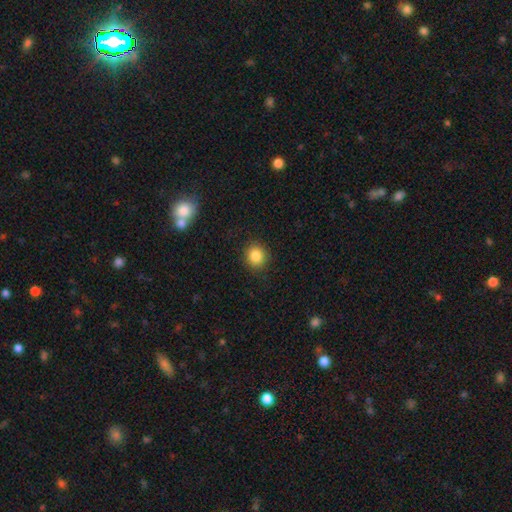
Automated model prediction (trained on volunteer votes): A smooth galaxy with no disk features (85%) that is round (87%). Merging: none (89%).